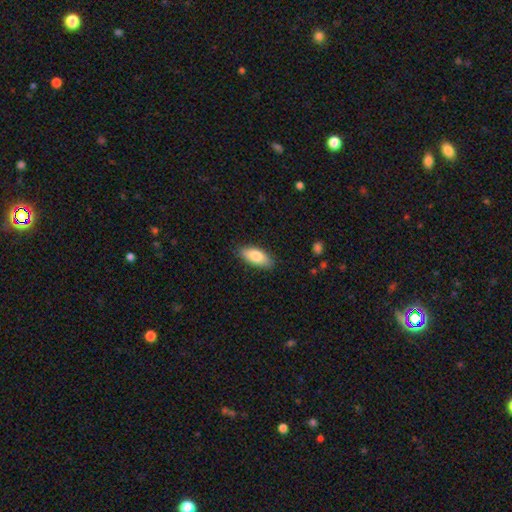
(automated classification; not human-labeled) This appears to be a smooth galaxy with no disk features (82%) that is in between round and cigar-shaped (84%). Merging: none (86%).